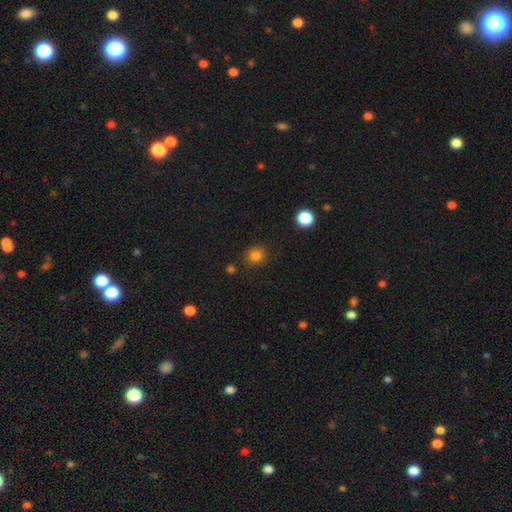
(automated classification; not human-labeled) smooth 81%, star or artifact 14%, featured or disk 5%. Down the decision tree: how rounded — round (87%); merging — none (86%).